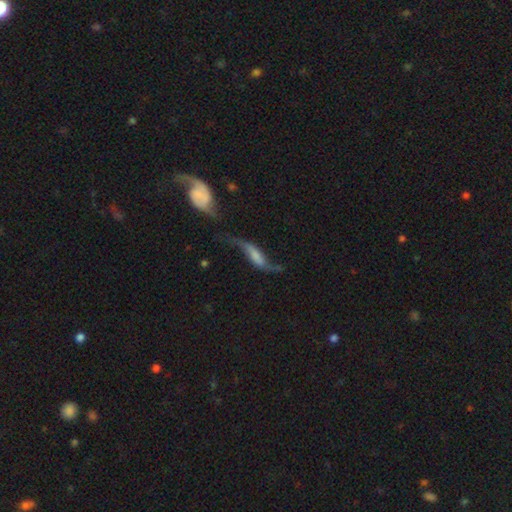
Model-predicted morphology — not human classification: Overall: featured or disk (72%). Edge-on disk: no (79%). Bar: no (37%; weak 33%). Spiral arms: yes (88%). Spiral arm count: 2 (90%). Spiral winding: loose (93%). Bulge size: none (47%; small 24%). Merging: none (45%; major disturbance 24%).